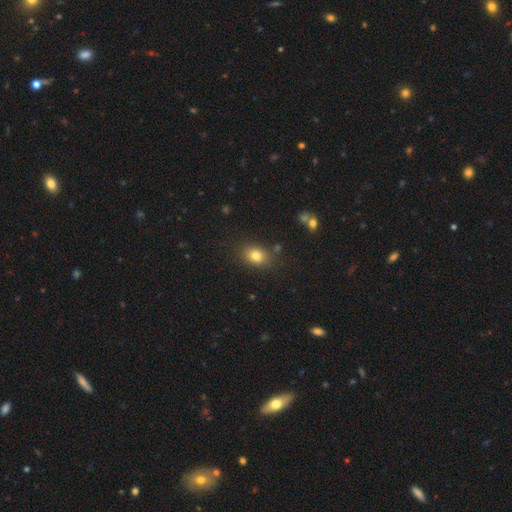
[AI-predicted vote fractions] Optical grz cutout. It shows a smooth galaxy with no disk features (80%) that is in between round and cigar-shaped (70%). Merging: none (80%).